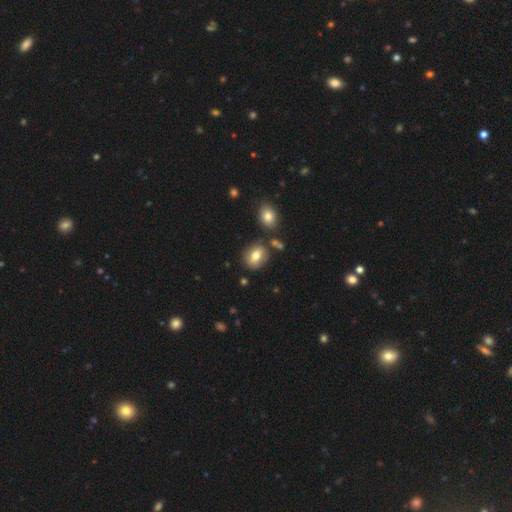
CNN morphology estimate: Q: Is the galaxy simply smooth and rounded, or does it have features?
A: smooth — 72%.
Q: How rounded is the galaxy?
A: in between — 54%.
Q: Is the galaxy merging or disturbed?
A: none — 74%.